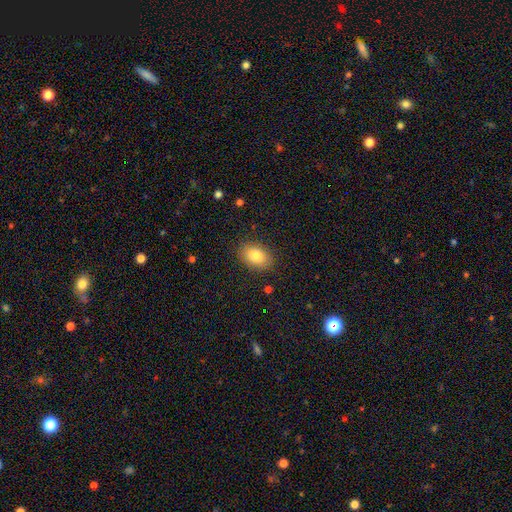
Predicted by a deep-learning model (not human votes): Morphology: type=smooth (81%); roundness=in between (85%); merging=none (86%).